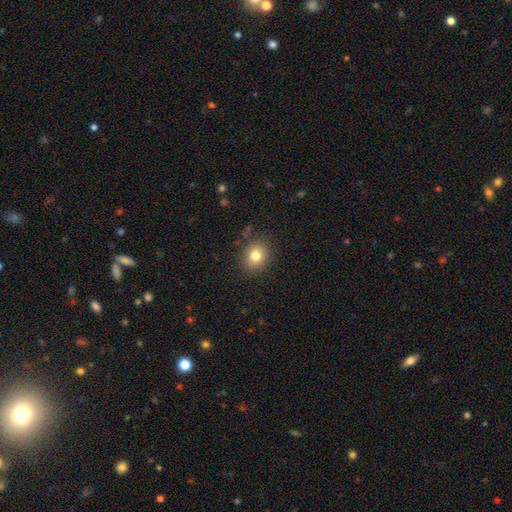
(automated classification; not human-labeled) This is clearly a smooth galaxy (80%). How rounded: likely round (71%). Merging: clearly none (87%).